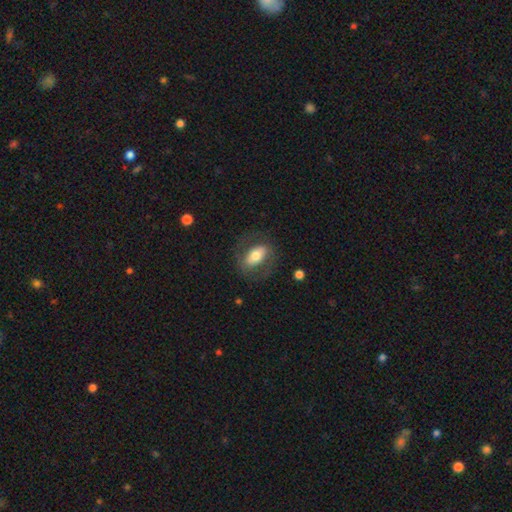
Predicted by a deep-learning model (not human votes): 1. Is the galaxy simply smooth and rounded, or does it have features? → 52% smooth, 41% featured or disk, 7% star or artifact.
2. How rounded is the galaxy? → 85% in between, 11% round, 4% cigar-shaped.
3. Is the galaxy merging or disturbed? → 70% none, 16% minor disturbance, 13% major disturbance, 2% merger.